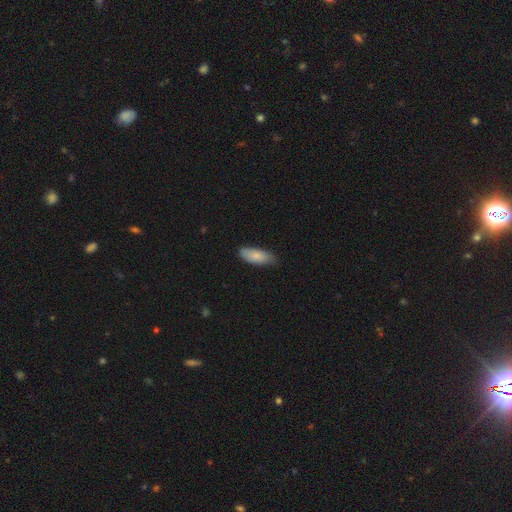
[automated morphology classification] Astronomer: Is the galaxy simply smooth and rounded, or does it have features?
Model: smooth — 84%.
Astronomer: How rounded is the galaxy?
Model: in between — 76%.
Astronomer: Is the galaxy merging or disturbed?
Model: none — 73%.